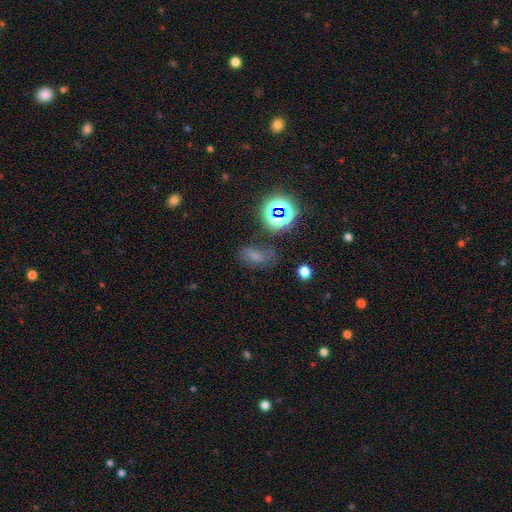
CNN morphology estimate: A smooth galaxy with no disk features (56%) that is in between round and cigar-shaped (82%).

Vote fractions:
- Smooth or featured? smooth: 56% / star or artifact: 27% / featured or disk: 18%
- How rounded? in between: 82% / round: 13% / cigar-shaped: 5%
- Merging? none: 61% / minor disturbance: 23% / major disturbance: 11% / merger: 5%